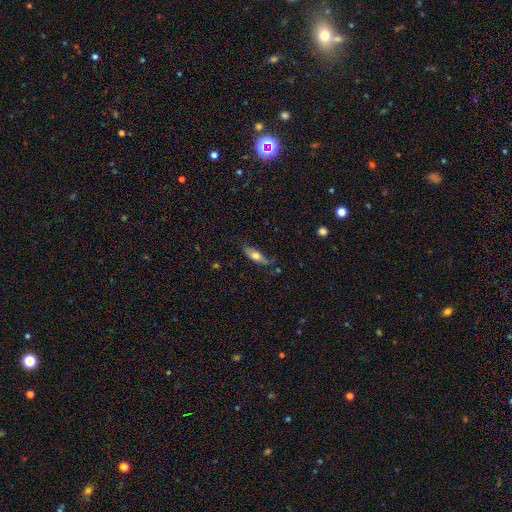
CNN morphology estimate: The model was most divided on "how rounded": in between: 60%, cigar-shaped: 37%, round: 3%. More confident: smooth or featured — smooth (63%); merging — none (56%).